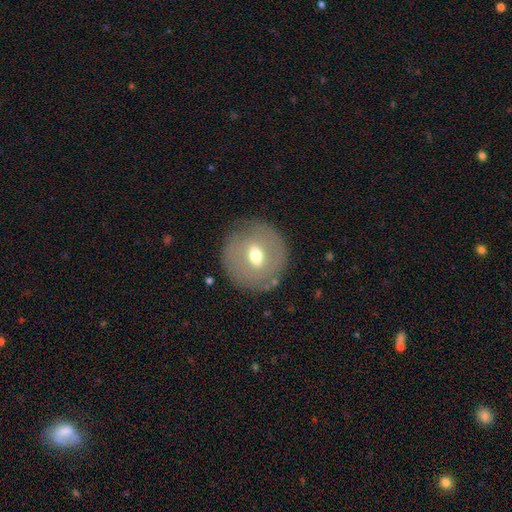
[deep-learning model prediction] Smooth or featured: featured or disk — 47% (smooth — 45%)
Merging: none — 82% (minor disturbance — 11%)